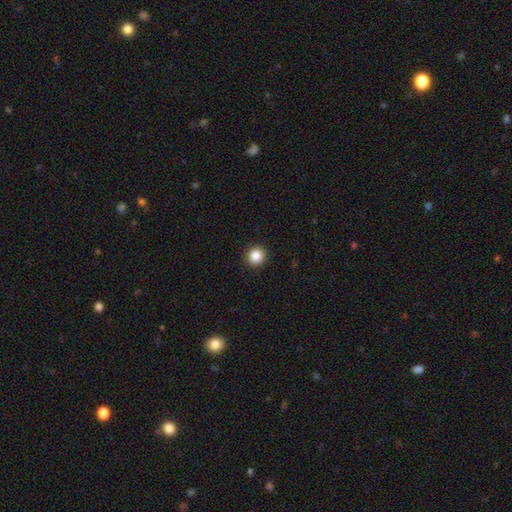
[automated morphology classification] A smooth galaxy with no disk features (86%) that is round (94%). Merging: none (92%).